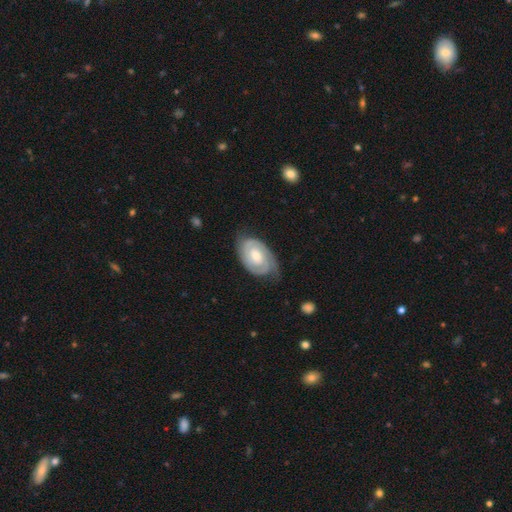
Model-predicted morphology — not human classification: Smooth or featured: featured or disk — 81% (smooth — 15%)
Edge-on disk: no — 96% (yes — 4%)
Bar: no — 59% (weak — 34%)
Spiral arms: yes — 95% (no — 5%)
Spiral winding: tight — 69% (medium — 25%)
Spiral arm count: 2 — 69% (can't tell — 13%)
Bulge size: moderate — 61% (small — 26%)
Merging: none — 67% (minor disturbance — 23%)